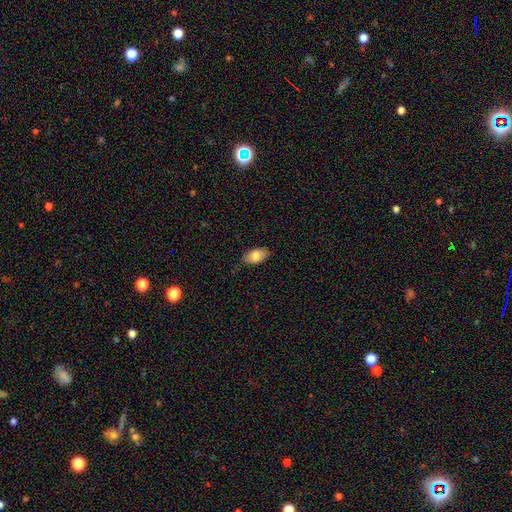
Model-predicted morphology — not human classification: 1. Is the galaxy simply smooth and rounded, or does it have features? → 78% smooth, 15% featured or disk, 7% star or artifact.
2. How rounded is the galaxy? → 93% in between, 4% round, 2% cigar-shaped.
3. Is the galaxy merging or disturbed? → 76% none, 20% minor disturbance, 3% major disturbance, 1% merger.